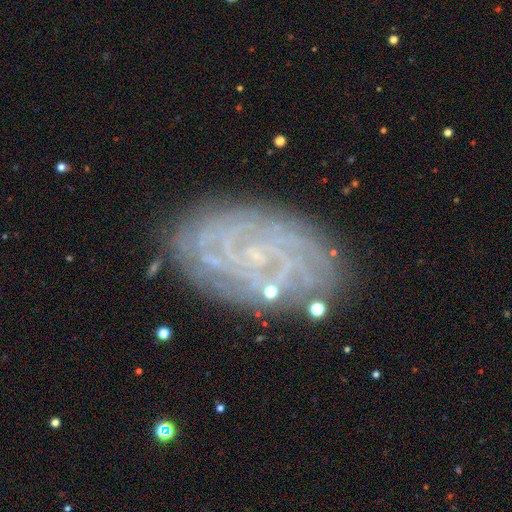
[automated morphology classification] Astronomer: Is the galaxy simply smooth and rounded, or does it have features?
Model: featured or disk — 75%.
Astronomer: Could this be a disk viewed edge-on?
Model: no — 96%.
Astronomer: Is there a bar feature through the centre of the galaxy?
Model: no — 69%.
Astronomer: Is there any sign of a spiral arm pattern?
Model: yes — 89%.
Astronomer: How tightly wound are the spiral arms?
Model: tight — 75%.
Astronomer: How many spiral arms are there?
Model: can't tell — 43%.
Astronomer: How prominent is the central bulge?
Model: small — 81%.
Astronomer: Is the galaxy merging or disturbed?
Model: none — 81%.